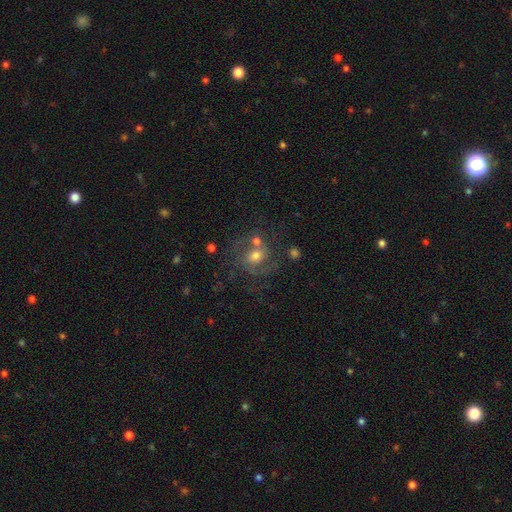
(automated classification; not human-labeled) Smooth or featured? featured or disk (66%)
Edge-on disk? no (97%)
Bar? no (61%)
Spiral arms? yes (88%)
Spiral winding? medium (50%)
Spiral arm count? 2 (59%)
Bulge size? moderate (65%)
Merging? none (53%)